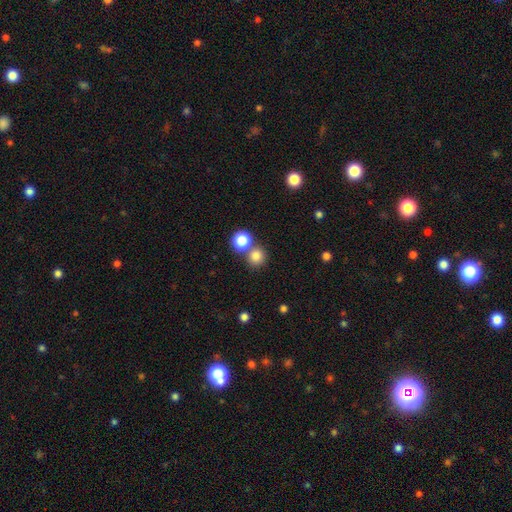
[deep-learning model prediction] Smooth or featured? smooth (81%)
How rounded? round (89%)
Merging? none (63%)